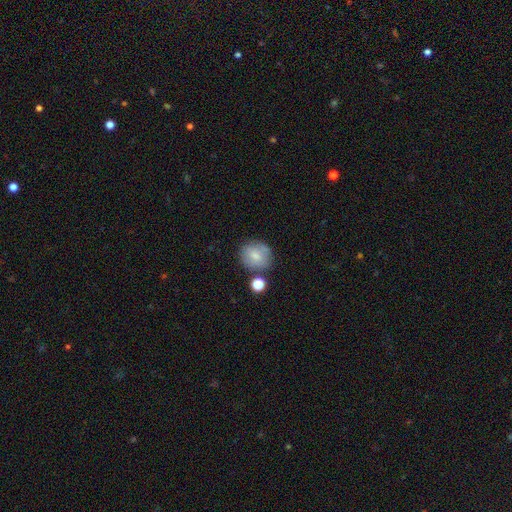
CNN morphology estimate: Overall: smooth (77%). How rounded: round (81%). Merging: none (70%).